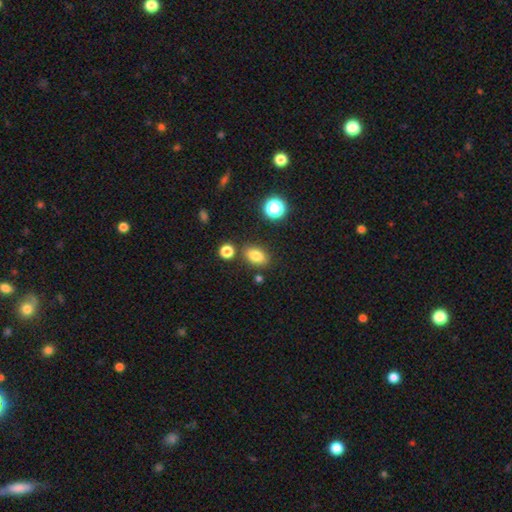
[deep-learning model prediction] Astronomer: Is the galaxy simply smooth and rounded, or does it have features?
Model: smooth — 81%.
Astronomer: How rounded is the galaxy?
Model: in between — 83%.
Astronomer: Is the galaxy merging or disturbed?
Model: none — 81%.